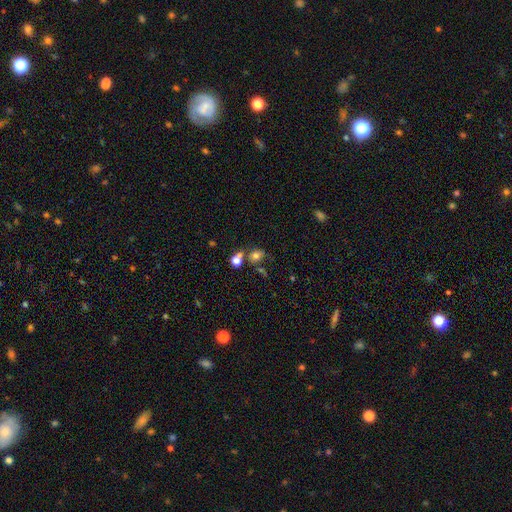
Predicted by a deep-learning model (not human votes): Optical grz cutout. It shows a smooth galaxy with no disk features (66%) that is round (62%). Merging: none (49%).